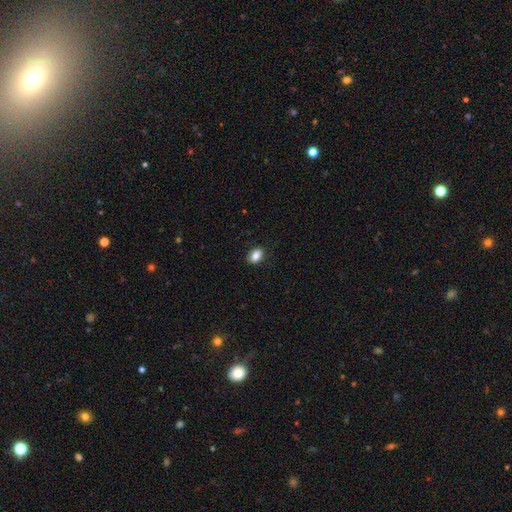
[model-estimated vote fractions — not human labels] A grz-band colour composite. It shows a smooth galaxy with no disk features (85%) that is in between round and cigar-shaped (82%). Merging: none (86%).